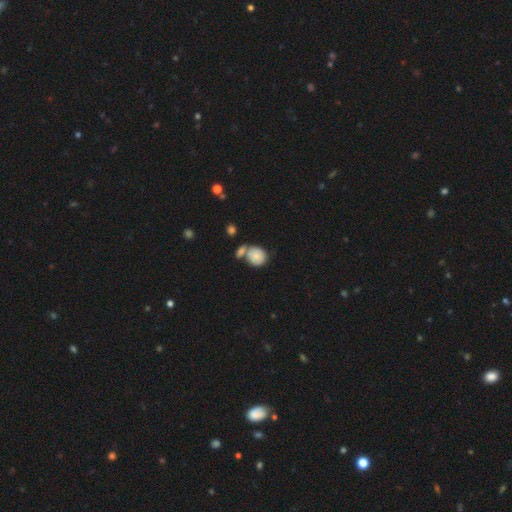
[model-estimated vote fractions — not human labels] Morphology: type=smooth (79%); roundness=round (81%); merging=none (48%).